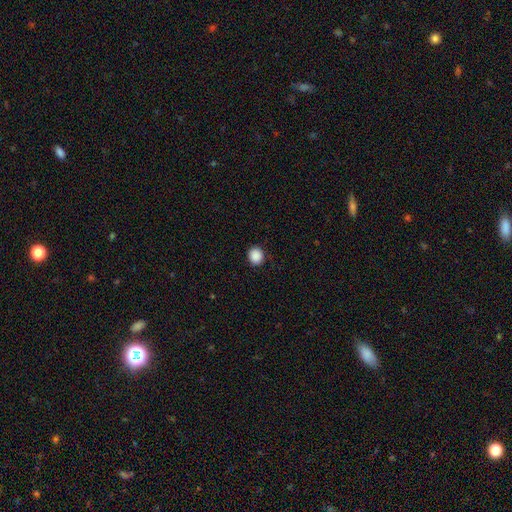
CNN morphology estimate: Smooth or featured? Predicted: smooth (p=0.89). How rounded? Predicted: round (p=0.84). Merging? Predicted: none (p=0.90).